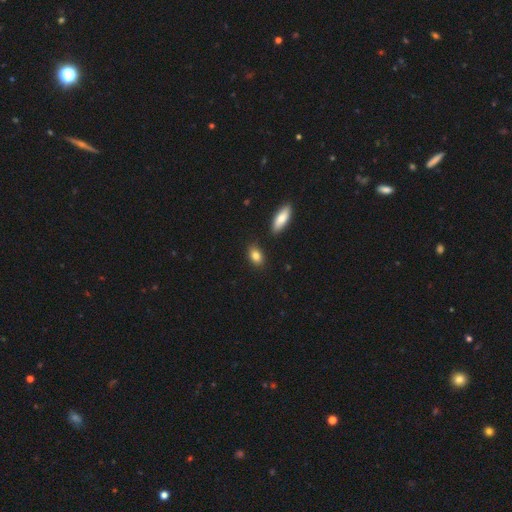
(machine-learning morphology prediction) Smooth or featured? smooth (84%)
How rounded? in between (83%)
Merging? none (83%)